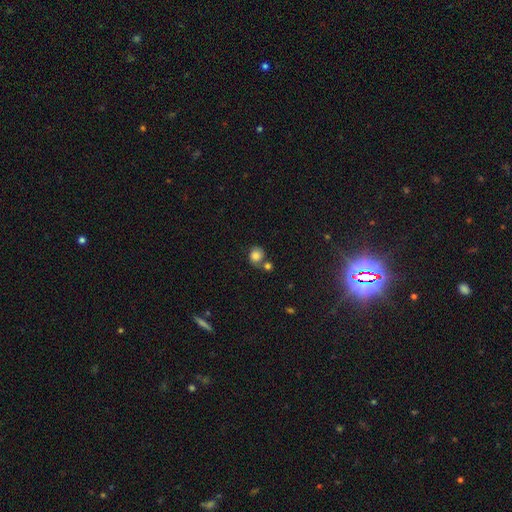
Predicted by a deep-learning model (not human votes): Smooth or featured? Predicted: smooth (p=0.82). How rounded? Predicted: round (p=0.79). Merging? Predicted: none (p=0.54).